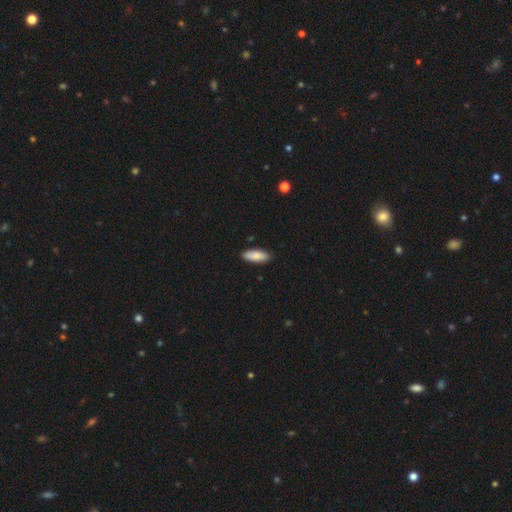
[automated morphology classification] Smooth or featured?
  - smooth: 85% *
  - featured or disk: 9%
  - star or artifact: 6%
How rounded?
  - in between: 74% *
  - cigar-shaped: 24%
  - round: 2%
Merging?
  - none: 89% *
  - minor disturbance: 8%
  - major disturbance: 2%
  - merger: 1%